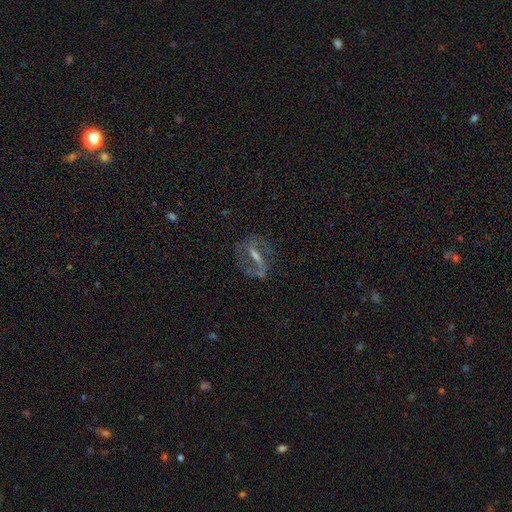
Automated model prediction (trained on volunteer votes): The model was most divided on "bulge size": small: 45%, moderate: 37%, none: 12%, large: 4%, dominant: 1%. Remaining: edge-on disk — no (91%); spiral arms — yes (87%); spiral arm count — 2 (84%); smooth or featured — featured or disk (80%); merging — none (70%); bar — strong (56%); spiral winding — medium (47%).